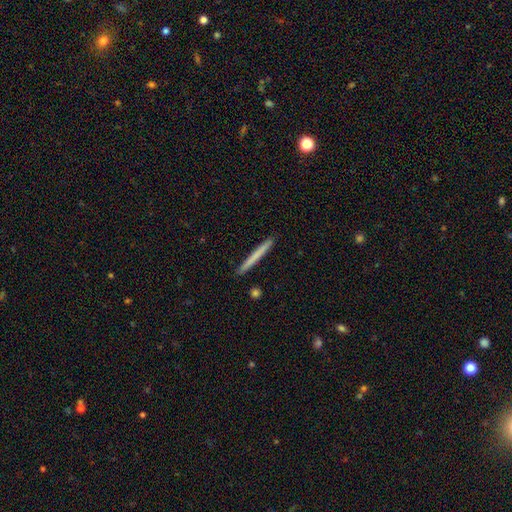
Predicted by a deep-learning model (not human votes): This appears to be a smooth galaxy with no disk features (68%) that is cigar-shaped (97%). Merging: none (93%).